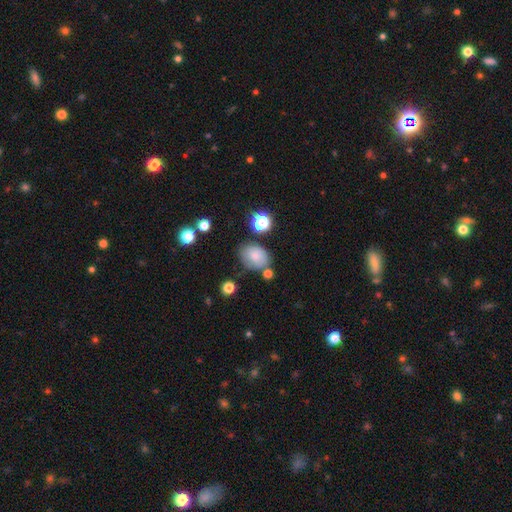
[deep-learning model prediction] Smooth or featured? Predicted: smooth (p=0.75). How rounded? Predicted: in between (p=0.68). Merging? Predicted: none (p=0.59).